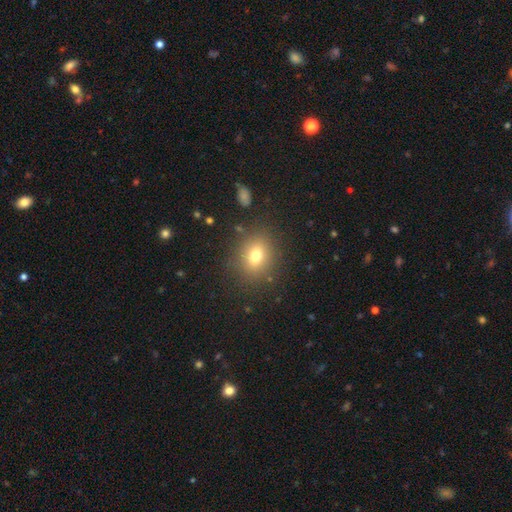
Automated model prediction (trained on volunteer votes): A smooth galaxy with no disk features (74%) that is round (60%).

Vote fractions:
- Smooth or featured? smooth: 74% / star or artifact: 14% / featured or disk: 12%
- How rounded? round: 60% / in between: 39% / cigar-shaped: 1%
- Merging? none: 84% / minor disturbance: 10% / major disturbance: 4% / merger: 2%